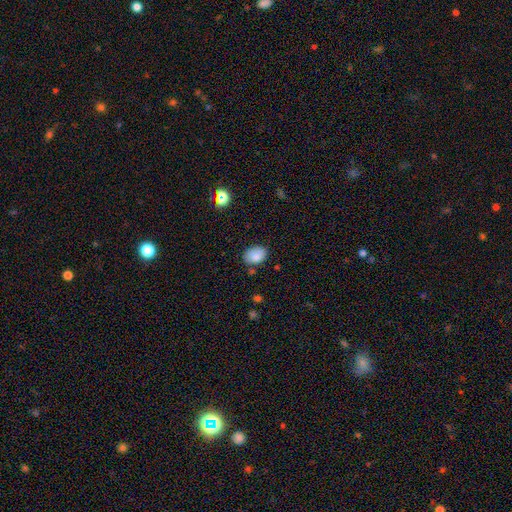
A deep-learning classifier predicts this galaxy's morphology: smooth-or-featured: smooth: 85% | star or artifact: 9% | featured or disk: 6%
  how-rounded: in between: 75% | round: 24% | cigar-shaped: 1%
  merging: none: 74% | minor disturbance: 19% | major disturbance: 4% | merger: 4%